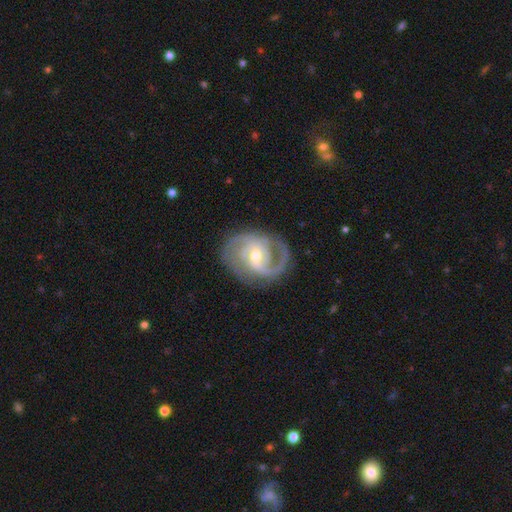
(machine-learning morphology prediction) featured or disk 90%, smooth 5%, star or artifact 5%. Down the decision tree: edge-on disk — no (97%); bar — weak (49%); spiral arms — yes (97%); spiral arm count — 2 (61%); spiral winding — medium (51%); bulge size — moderate (52%); merging — none (75%).